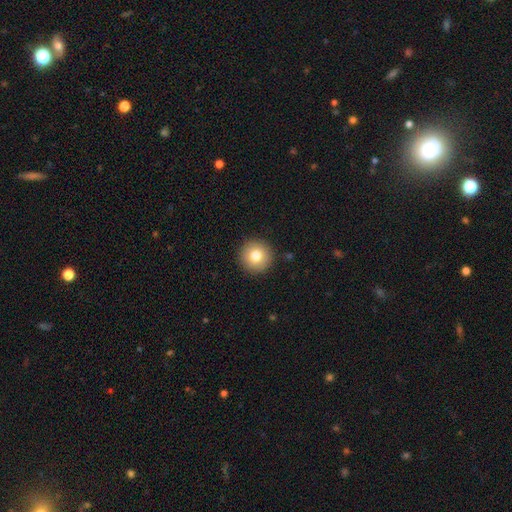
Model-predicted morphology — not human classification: Smooth or featured? Predicted: smooth (p=0.78). How rounded? Predicted: round (p=0.96). Merging? Predicted: none (p=0.92).